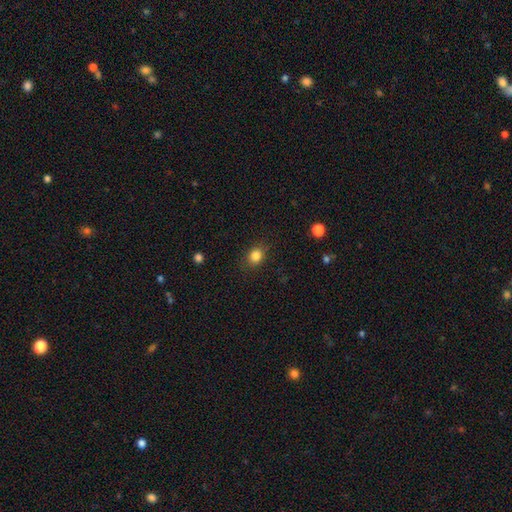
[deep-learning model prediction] This is clearly a smooth galaxy (84%). How rounded: likely round (61%). Merging: clearly none (84%).